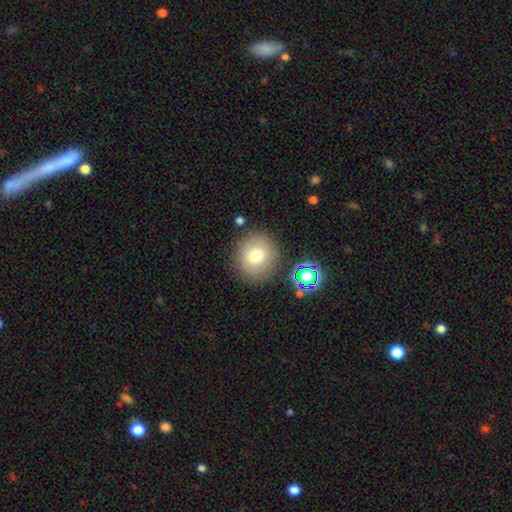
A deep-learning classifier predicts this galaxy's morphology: This appears to be a smooth galaxy with no disk features (76%) that is round (87%). Merging: none (83%).